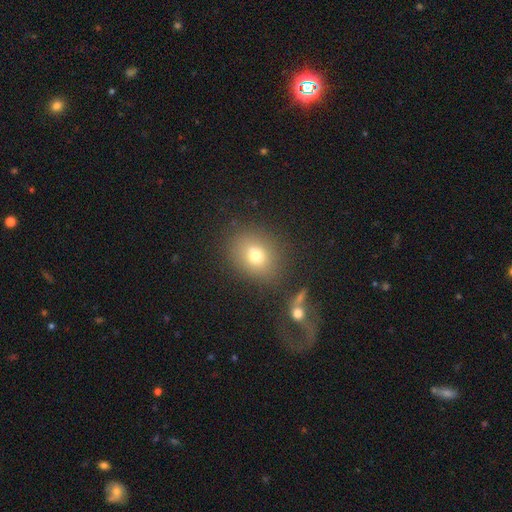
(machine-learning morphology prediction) This appears to be a smooth galaxy with no disk features (73%) that is round (64%). Merging: none (81%).